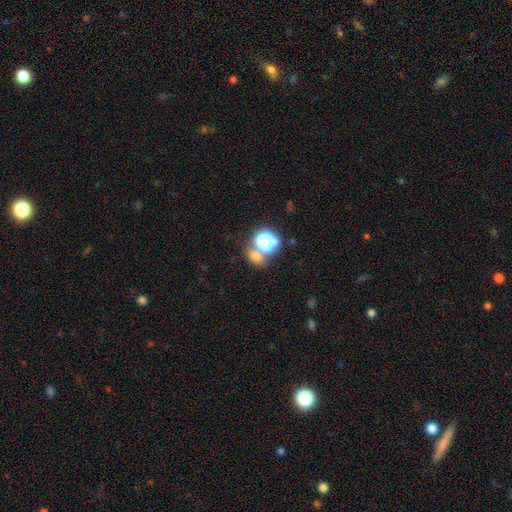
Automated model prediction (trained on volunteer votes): The model was most divided on "how rounded": round: 61%, in between: 38%, cigar-shaped: 2%. More confident: smooth or featured — smooth (60%); merging — none (55%).